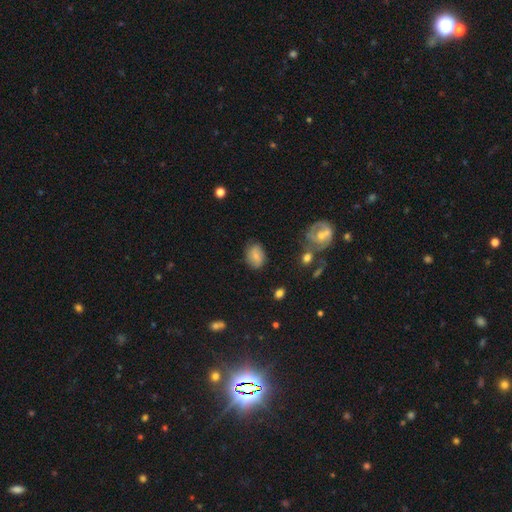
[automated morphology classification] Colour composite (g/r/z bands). It shows a smooth galaxy with no disk features (72%) that is in between round and cigar-shaped (74%). Merging: none (73%).